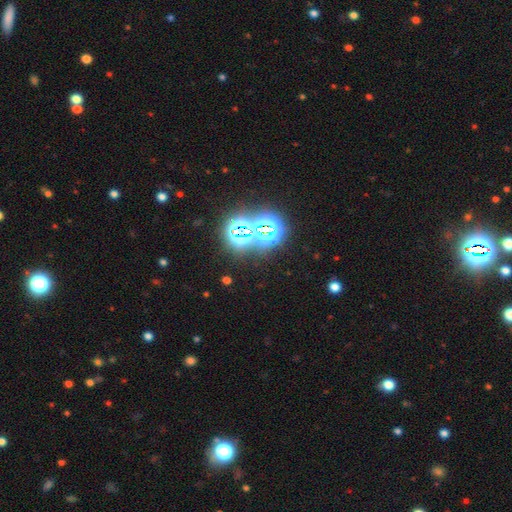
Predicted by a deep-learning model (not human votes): Q: Smooth or featured?
A: star or artifact (77%); runner-up: smooth (17%)